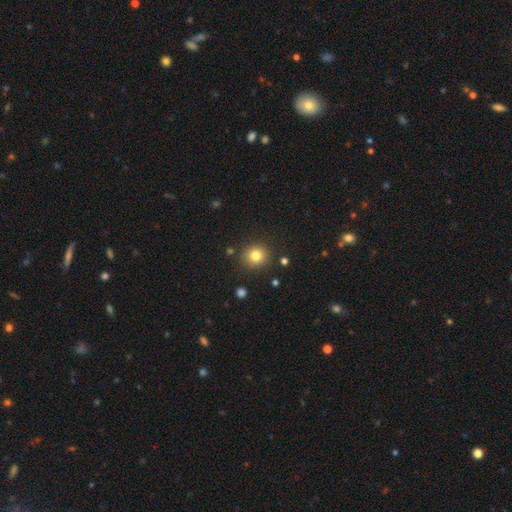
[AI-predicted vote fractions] Overall: smooth (81%). How rounded: round (87%). Merging: none (87%).